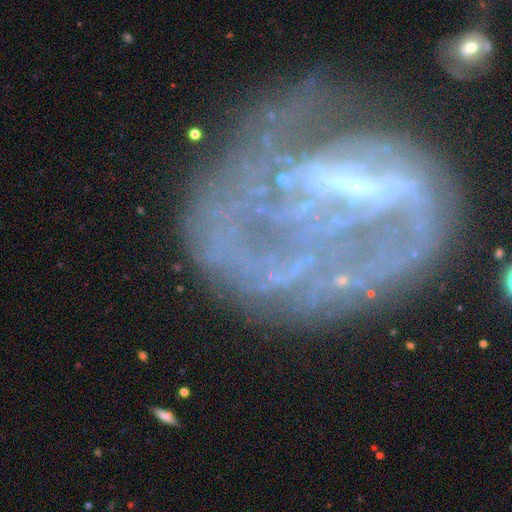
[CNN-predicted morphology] type=featured or disk (59%); edge-on=no (91%); bar=no (49%); spiral arms=yes (62%); bulge=small (41%); merging=none (60%).